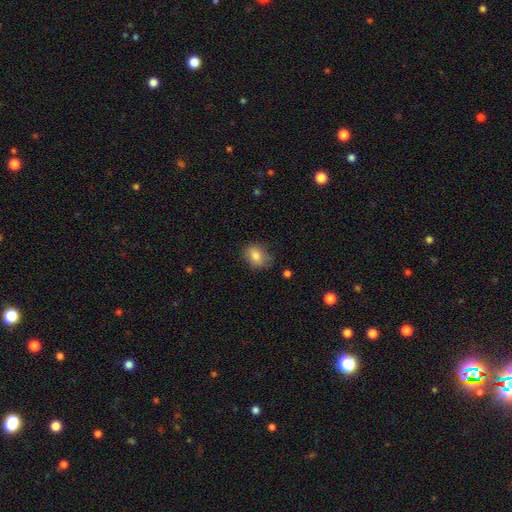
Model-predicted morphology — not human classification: smooth-or-featured: smooth: 82% | featured or disk: 9% | star or artifact: 9%
  how-rounded: in between: 60% | round: 39% | cigar-shaped: 1%
  merging: none: 76% | minor disturbance: 19% | major disturbance: 4% | merger: 2%